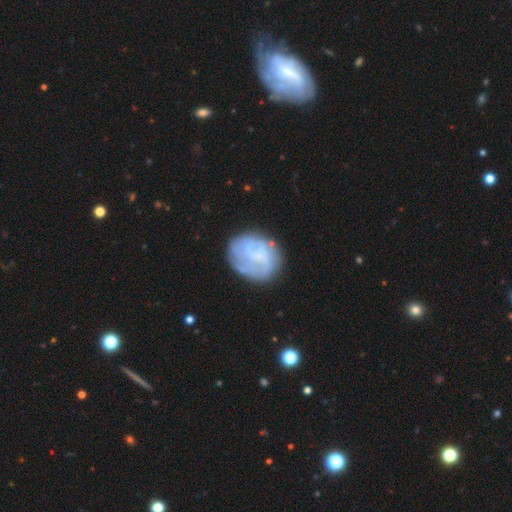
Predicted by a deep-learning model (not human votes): featured or disk 53%, smooth 38%, star or artifact 8%. Down the decision tree: edge-on disk — no (98%); bar — no (62%); spiral arms — yes (59%); bulge size — none (63%); merging — none (69%).